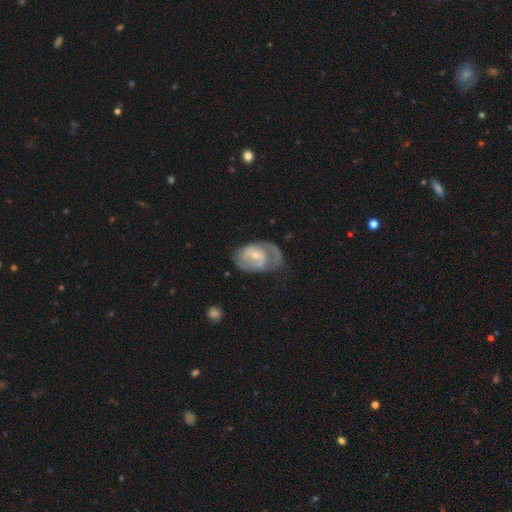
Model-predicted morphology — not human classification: smooth-or-featured: featured or disk: 75% | smooth: 20% | star or artifact: 5%
  disk-edge-on: no: 97% | yes: 3%
    bar: no: 47% | weak: 43% | strong: 10%
    has-spiral-arms: yes: 84% | no: 16%
      spiral-winding: tight: 42% | medium: 41% | loose: 17%
      spiral-arm-count: 2: 55% | can't tell: 21% | 1: 18% | 3: 4% | 4: 1% | more than 4: 1%
    bulge-size: small: 60% | moderate: 35% | none: 2% | large: 2% | dominant: 1%
  merging: none: 48% | minor disturbance: 26% | major disturbance: 24% | merger: 2%